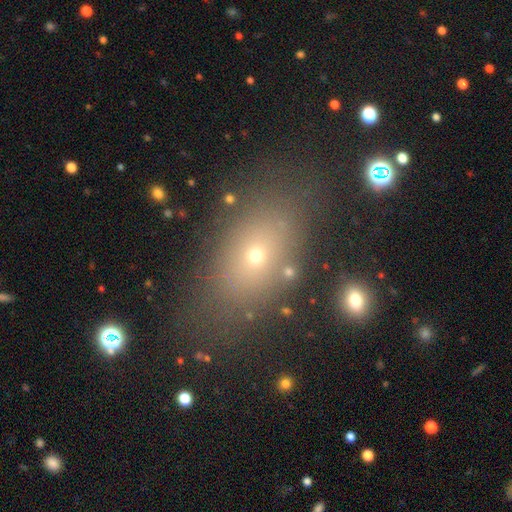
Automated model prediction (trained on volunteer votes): Morphology: type=smooth (60%); roundness=in between (73%); merging=none (80%).